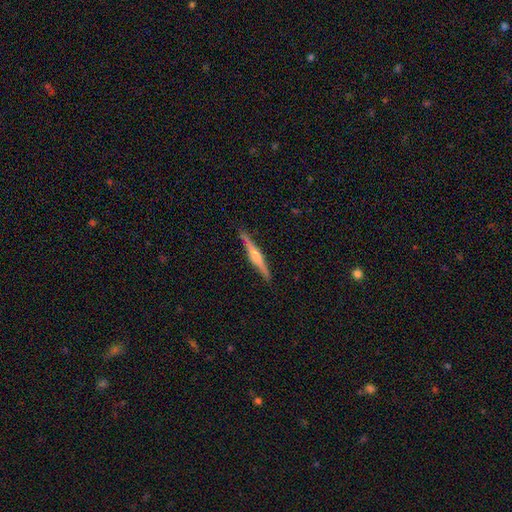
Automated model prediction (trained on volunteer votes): smooth_or_featured: featured or disk (p=0.70) [alt: smooth p=0.24]
disk_edge_on: yes (p=0.98) [alt: no p=0.02]
edge_on_bulge: rounded (p=0.66) [alt: boxy p=0.23]
merging: none (p=0.90) [alt: minor disturbance p=0.07]